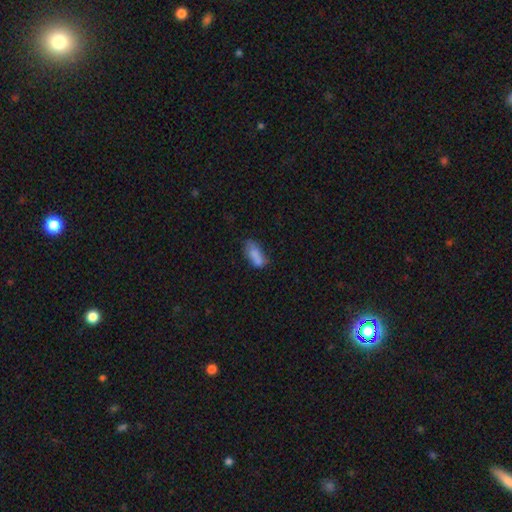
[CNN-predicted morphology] The model was most divided on "merging": none: 46%, minor disturbance: 30%, major disturbance: 13%, merger: 12%. More confident: how rounded — in between (82%); smooth or featured — smooth (77%).